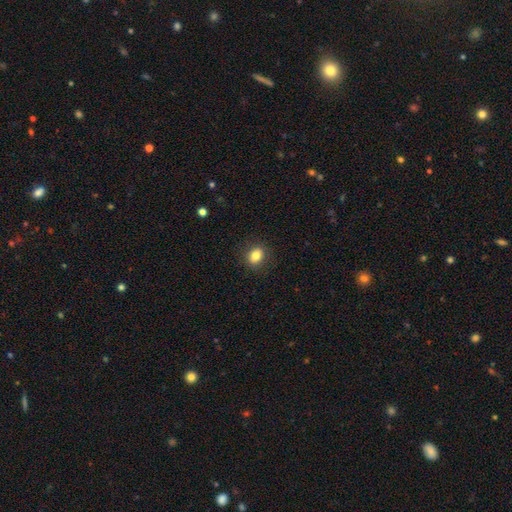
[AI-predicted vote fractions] This is clearly a smooth galaxy (83%). How rounded: possibly round (53%). Merging: clearly none (88%).